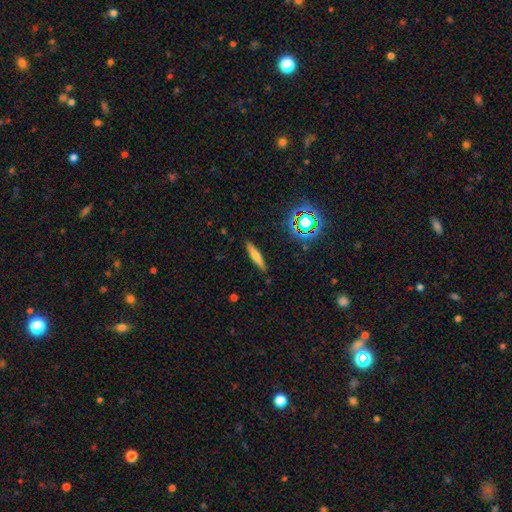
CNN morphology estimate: This appears to be a smooth galaxy with no disk features (60%) that is cigar-shaped (87%). Merging: none (88%).